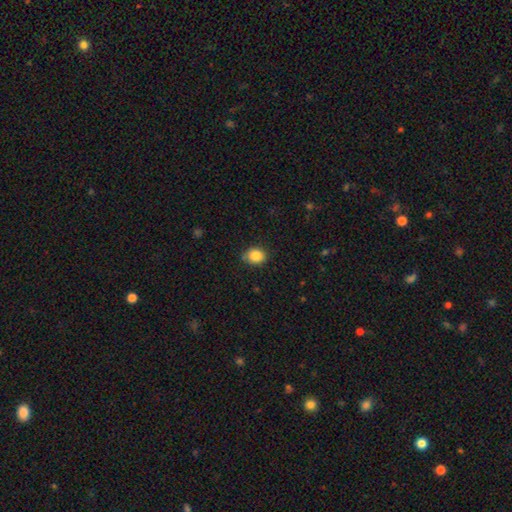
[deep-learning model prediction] Smooth or featured: smooth — 86% (star or artifact — 9%)
How rounded: round — 62% (in between — 37%)
Merging: none — 80% (minor disturbance — 16%)